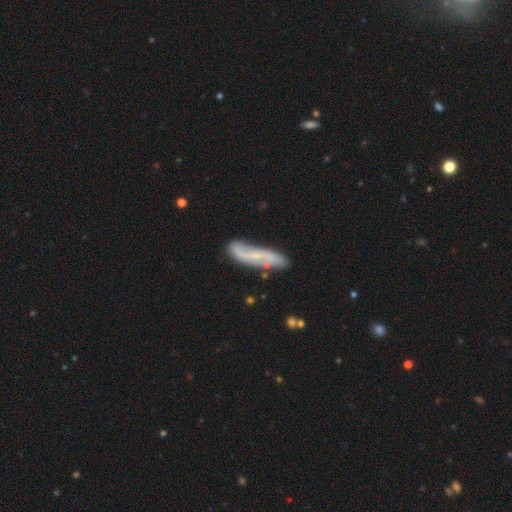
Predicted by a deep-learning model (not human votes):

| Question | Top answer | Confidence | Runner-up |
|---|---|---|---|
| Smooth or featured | featured or disk | 71% | smooth (23%) |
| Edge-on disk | no | 79% | yes (21%) |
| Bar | no | 45% | weak (36%) |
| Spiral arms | yes | 90% | no (10%) |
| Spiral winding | loose | 59% | medium (27%) |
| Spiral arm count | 2 | 85% | can't tell (9%) |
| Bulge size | small | 72% | moderate (13%) |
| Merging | none | 73% | minor disturbance (18%) |